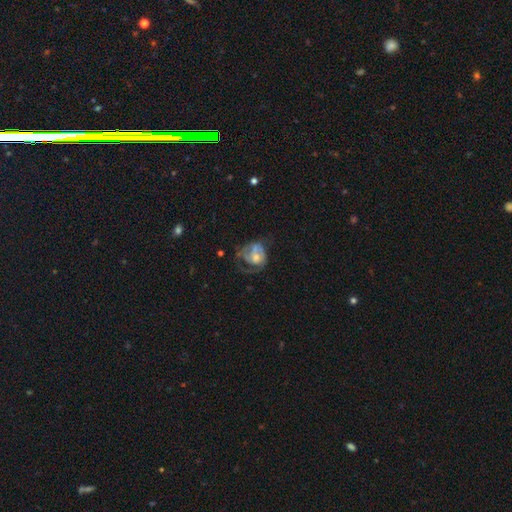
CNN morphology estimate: This appears to be a featured or disk galaxy (62%) with no bar (74%), spiral arms (63%) and a moderate central bulge (51%). Merging: major disturbance (45%).